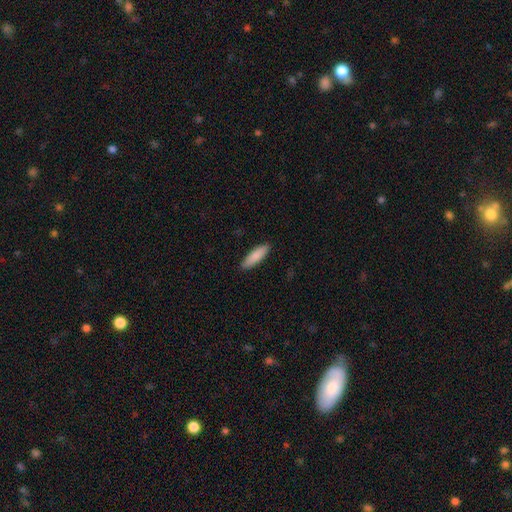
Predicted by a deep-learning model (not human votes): Overall: smooth (87%). How rounded: cigar-shaped (57%; in between 41%). Merging: none (90%).